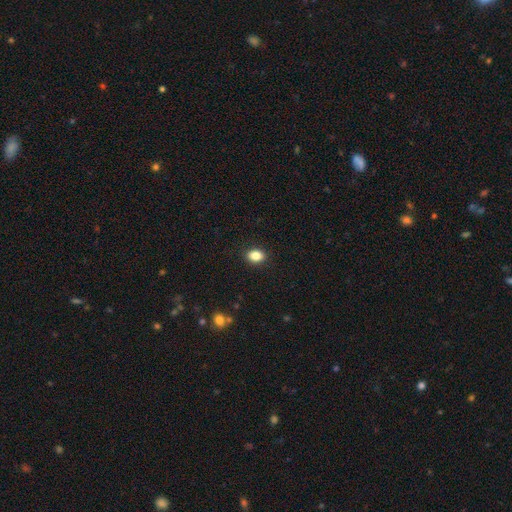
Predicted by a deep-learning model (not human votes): Morphology: type=smooth (86%); roundness=in between (74%); merging=none (90%).